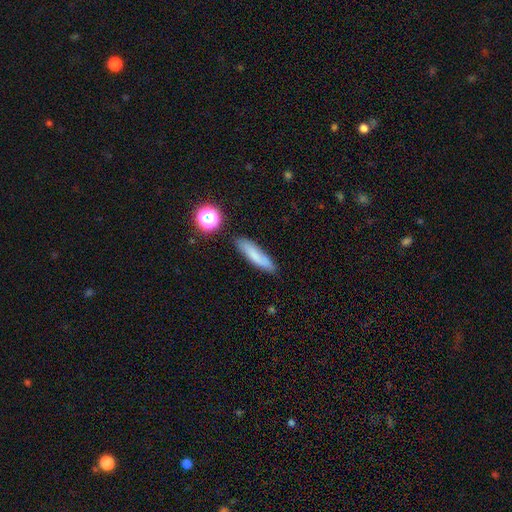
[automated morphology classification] smooth 73%, featured or disk 16%, star or artifact 10%. Down the decision tree: how rounded — cigar-shaped (76%); merging — none (82%).